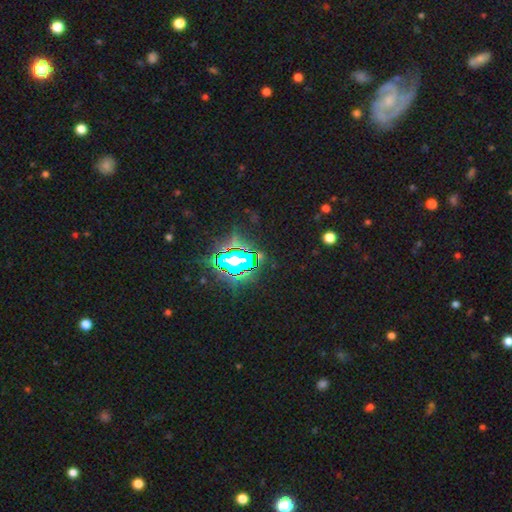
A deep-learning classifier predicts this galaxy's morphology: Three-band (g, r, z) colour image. It shows a star or artifact, not a galaxy (77%).